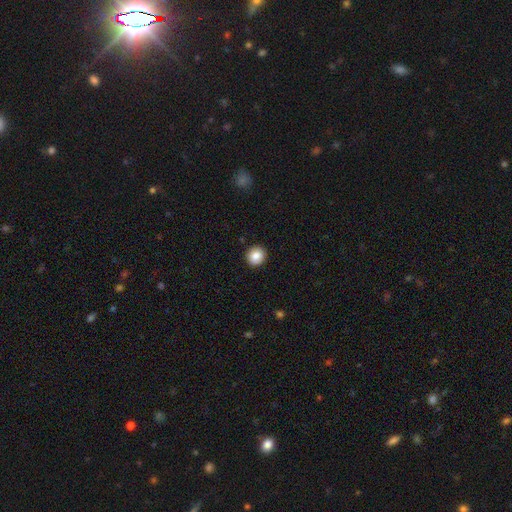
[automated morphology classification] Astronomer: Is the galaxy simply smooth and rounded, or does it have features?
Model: smooth — 86%.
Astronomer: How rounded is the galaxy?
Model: round — 86%.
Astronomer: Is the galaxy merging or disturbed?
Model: none — 92%.